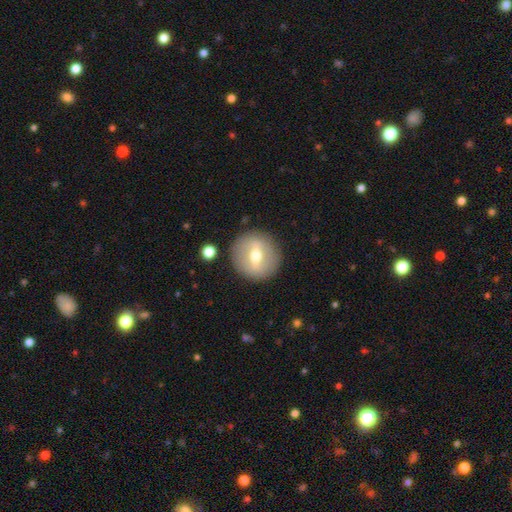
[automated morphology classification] This appears to be a featured or disk galaxy (50%). Merging: none (88%).